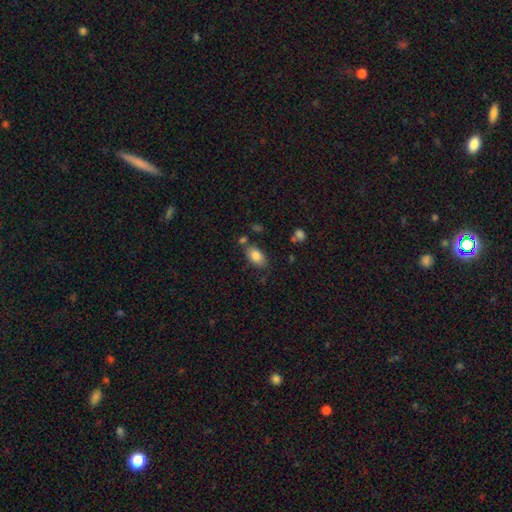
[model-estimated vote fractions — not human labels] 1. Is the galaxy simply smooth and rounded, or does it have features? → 84% smooth, 9% featured or disk, 8% star or artifact.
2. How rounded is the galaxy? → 92% in between, 7% round, 2% cigar-shaped.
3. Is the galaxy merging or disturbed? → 73% none, 15% minor disturbance, 9% merger, 4% major disturbance.